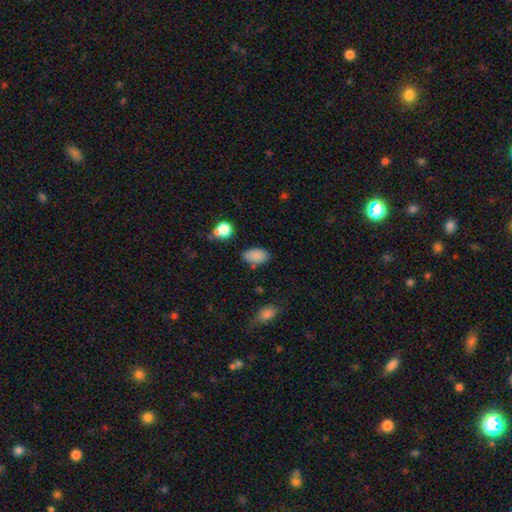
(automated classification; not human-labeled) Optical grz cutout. It shows a smooth galaxy with no disk features (85%) that is in between round and cigar-shaped (91%). Merging: none (76%).